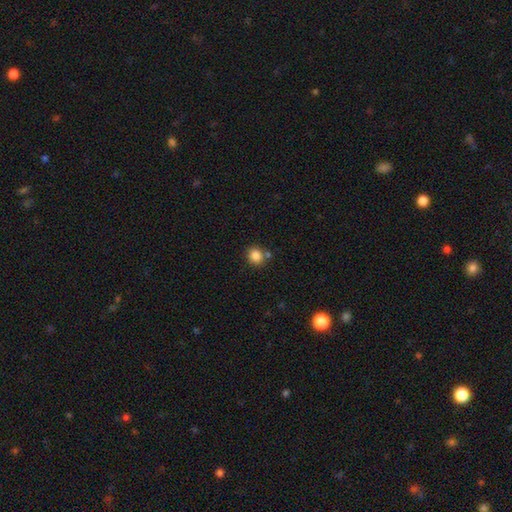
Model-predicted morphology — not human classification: Q: Smooth or featured?
A: smooth (85%); runner-up: star or artifact (10%)
Q: How rounded?
A: round (79%); runner-up: in between (20%)
Q: Merging?
A: none (73%); runner-up: merger (14%)